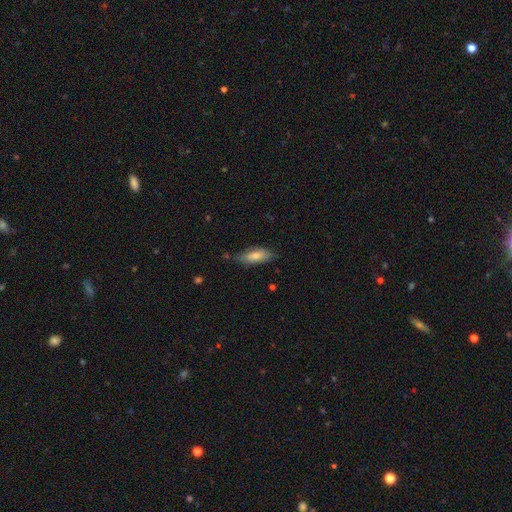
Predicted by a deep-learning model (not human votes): A smooth galaxy with no disk features (68%) that is in between round and cigar-shaped (73%). Merging: none (68%).